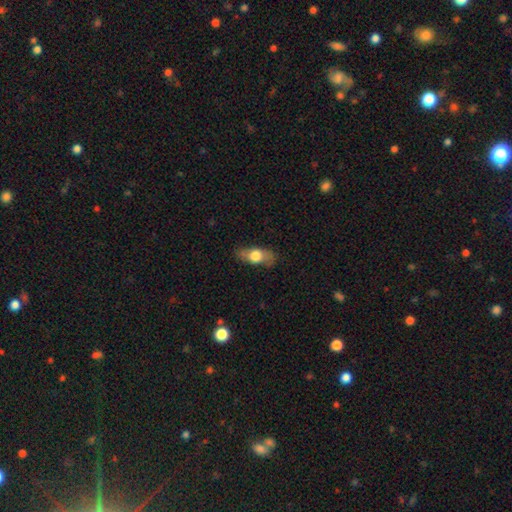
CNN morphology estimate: smooth_or_featured: smooth (p=0.63) [alt: featured or disk p=0.31]
how_rounded: in between (p=0.73) [alt: cigar-shaped p=0.19]
merging: none (p=0.78) [alt: minor disturbance p=0.16]